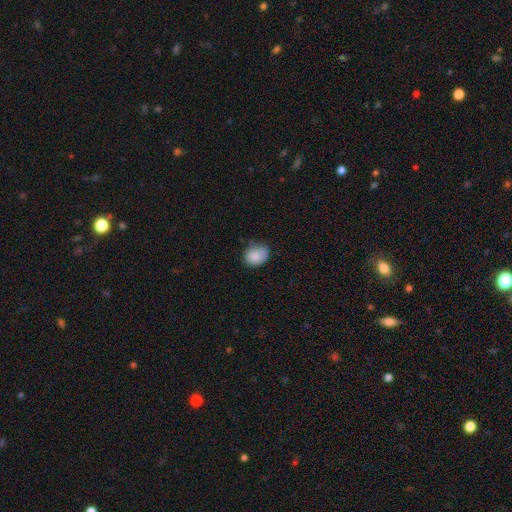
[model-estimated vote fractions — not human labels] Morphology: type=smooth (85%); roundness=in between (58%); merging=none (63%).